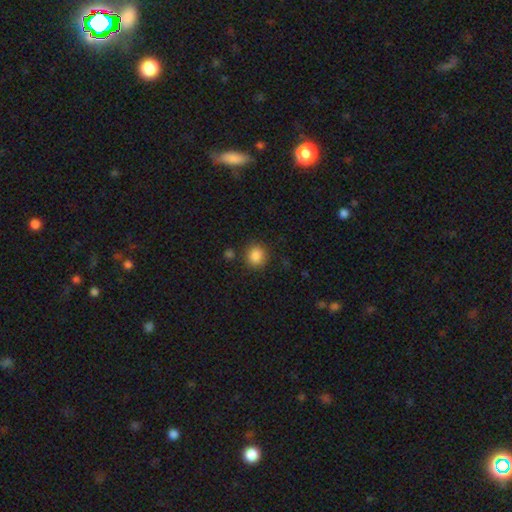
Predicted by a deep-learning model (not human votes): This appears to be a smooth galaxy with no disk features (87%) that is round (84%). Merging: none (85%).